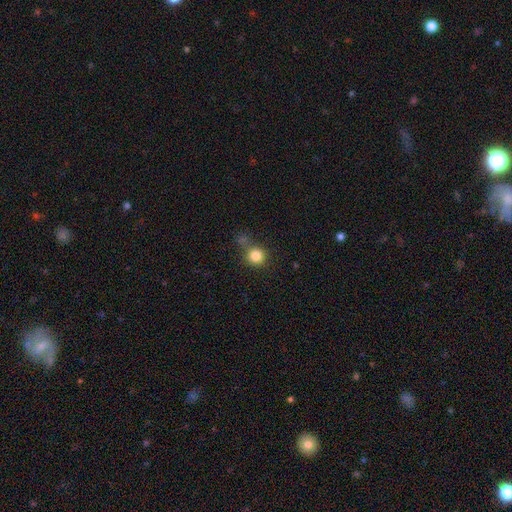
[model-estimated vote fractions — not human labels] A smooth galaxy with no disk features (82%) that is round (90%). Merging: none (60%).